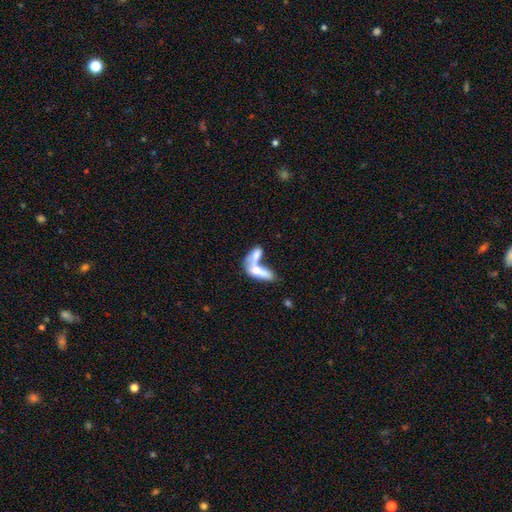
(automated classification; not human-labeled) Overall: smooth (62%; featured or disk 30%). How rounded: in between (69%). Merging: merger (74%).